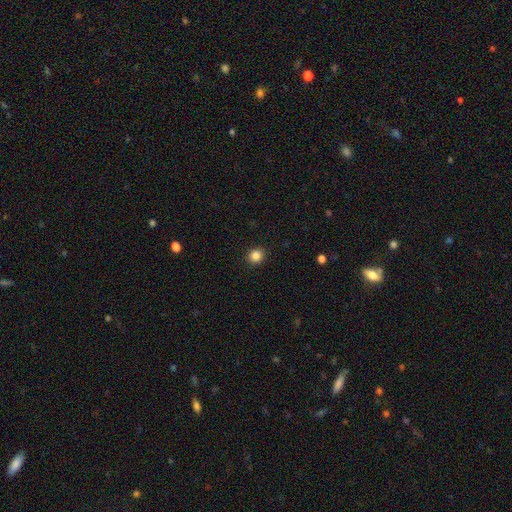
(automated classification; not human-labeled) smooth 85%, star or artifact 11%, featured or disk 4%. Down the decision tree: how rounded — round (84%); merging — none (92%).